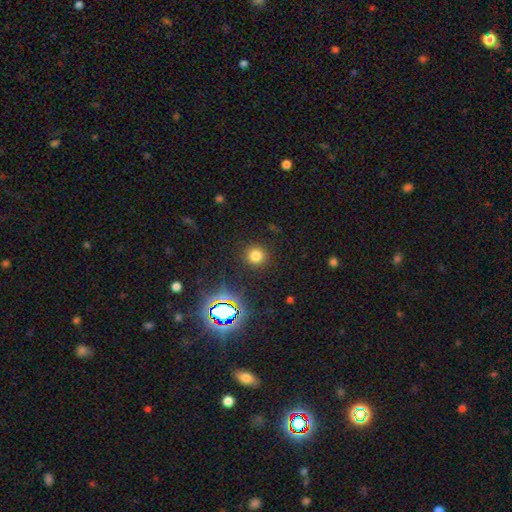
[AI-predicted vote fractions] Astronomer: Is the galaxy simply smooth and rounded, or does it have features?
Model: smooth — 75%.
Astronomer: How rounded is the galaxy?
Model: round — 93%.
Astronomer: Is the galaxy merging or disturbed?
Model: none — 91%.